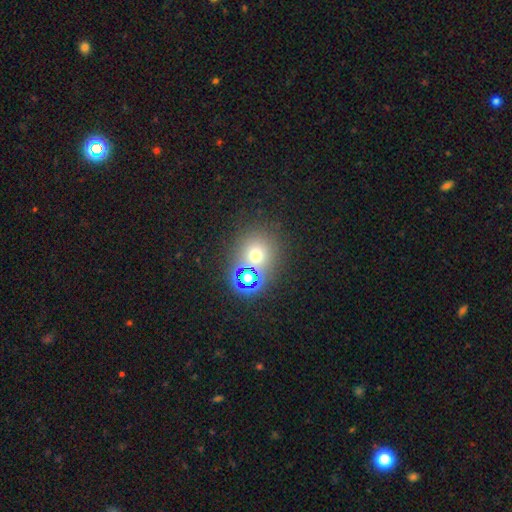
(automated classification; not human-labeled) The model was most divided on "smooth or featured": smooth: 57%, star or artifact: 34%, featured or disk: 10%. More confident: how rounded — round (86%); merging — none (71%).